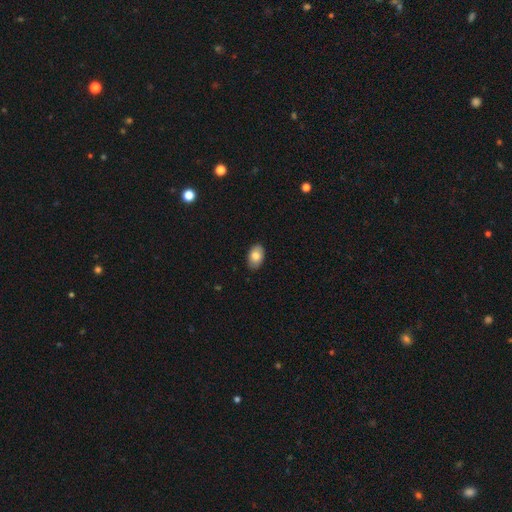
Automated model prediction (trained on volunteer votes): smooth-or-featured: smooth: 83% | featured or disk: 10% | star or artifact: 7%
  how-rounded: in between: 90% | round: 9% | cigar-shaped: 1%
  merging: none: 87% | minor disturbance: 10% | major disturbance: 2% | merger: 1%